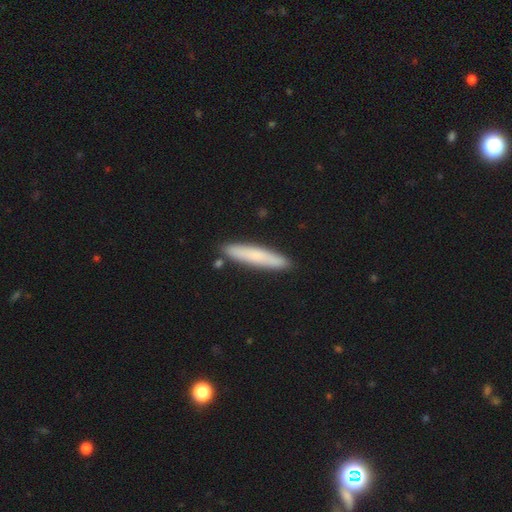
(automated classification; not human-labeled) A smooth galaxy with no disk features (73%) that is cigar-shaped (91%).

Vote fractions:
- Smooth or featured? smooth: 73% / featured or disk: 21% / star or artifact: 6%
- How rounded? cigar-shaped: 91% / in between: 8% / round: 1%
- Merging? none: 88% / minor disturbance: 8% / merger: 3% / major disturbance: 2%